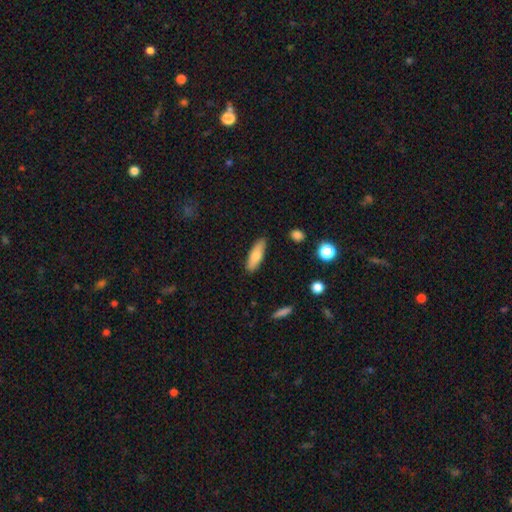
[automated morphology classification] This appears to be a smooth galaxy with no disk features (74%) that is in between round and cigar-shaped (52%). Merging: none (86%).